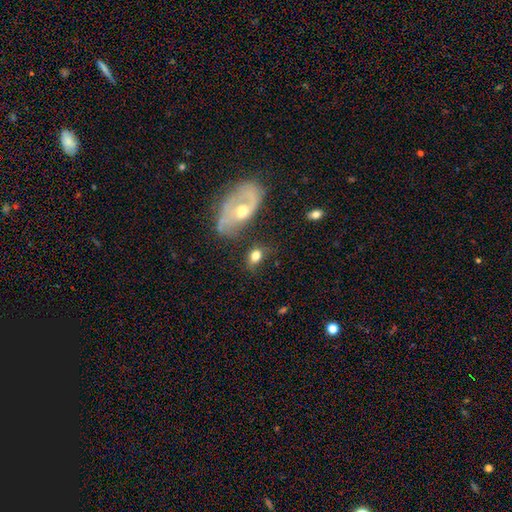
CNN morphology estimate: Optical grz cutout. It shows a smooth galaxy with no disk features (71%) that is in between round and cigar-shaped (74%). Merging: none (49%).